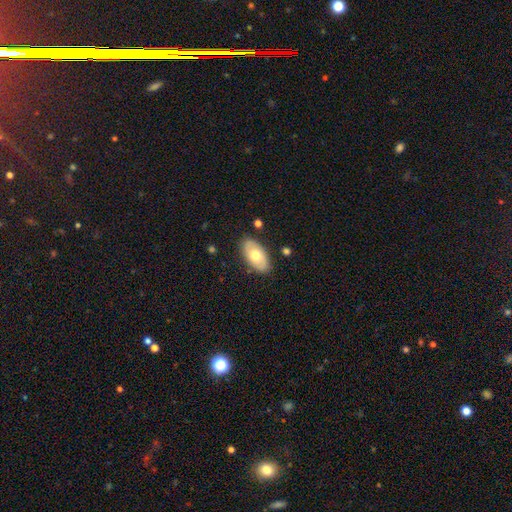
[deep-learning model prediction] Morphology: type=smooth (56%); roundness=in between (94%); merging=none (84%).